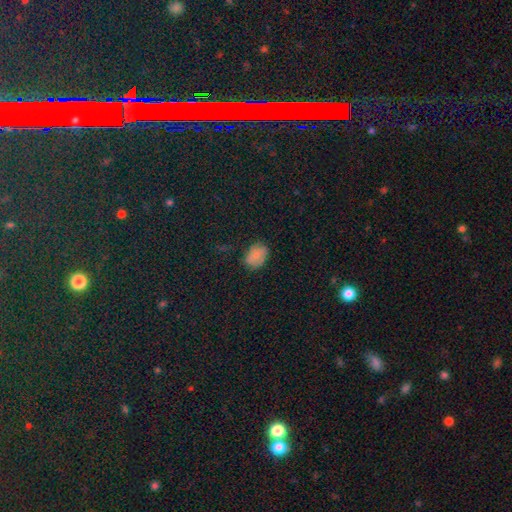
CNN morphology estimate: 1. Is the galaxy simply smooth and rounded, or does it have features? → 80% smooth, 12% star or artifact, 8% featured or disk.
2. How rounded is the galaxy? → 79% in between, 20% round, 1% cigar-shaped.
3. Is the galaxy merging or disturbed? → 76% none, 18% minor disturbance, 4% major disturbance, 1% merger.